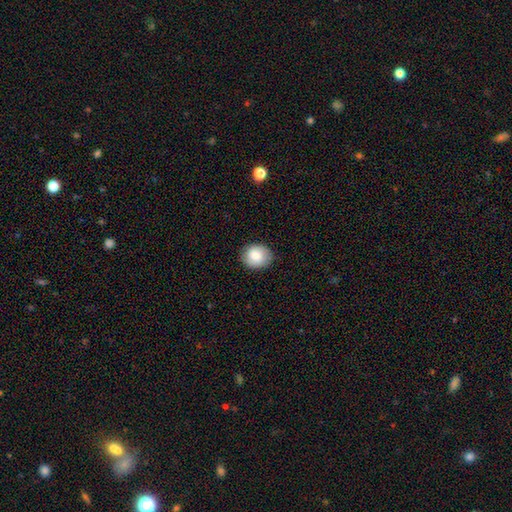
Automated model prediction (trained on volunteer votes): This appears to be a smooth galaxy with no disk features (83%) that is round (66%). Merging: none (86%).